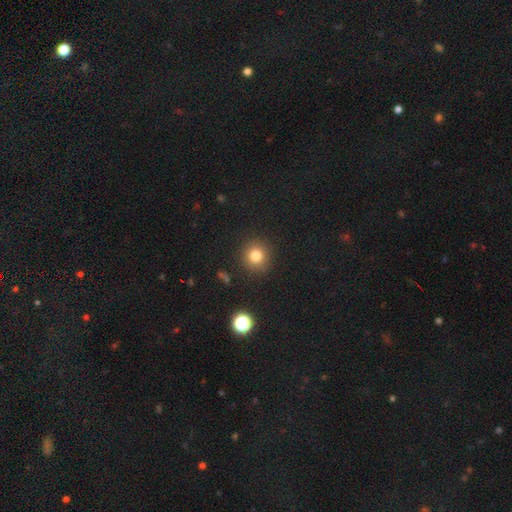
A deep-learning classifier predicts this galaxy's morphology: A smooth galaxy with no disk features (80%) that is round (92%). Merging: none (90%).